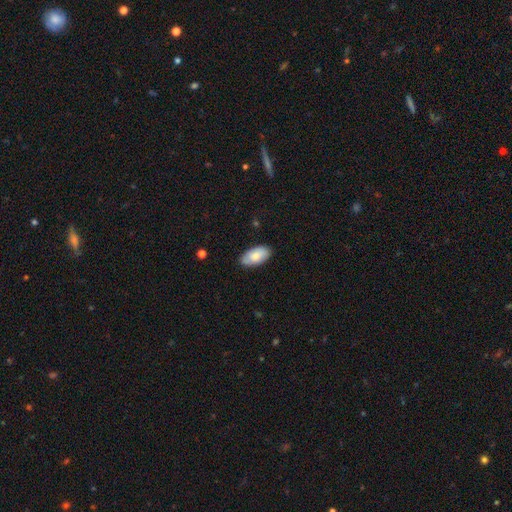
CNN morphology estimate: Smooth or featured? Predicted: smooth (p=0.77). How rounded? Predicted: in between (p=0.95). Merging? Predicted: none (p=0.83).